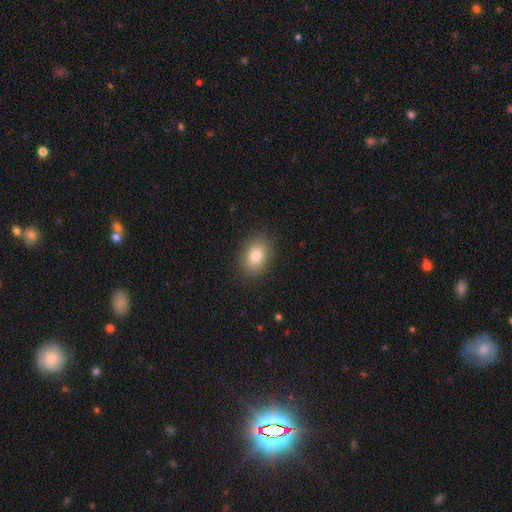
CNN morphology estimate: Smooth or featured? Predicted: smooth (p=0.82). How rounded? Predicted: in between (p=0.76). Merging? Predicted: none (p=0.88).